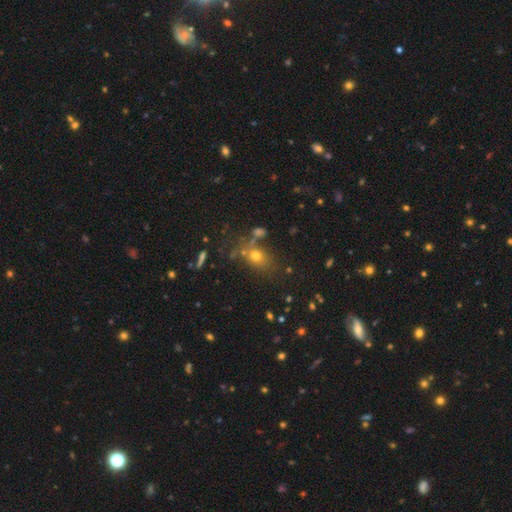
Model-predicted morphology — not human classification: smooth-or-featured: smooth: 65% | star or artifact: 21% | featured or disk: 14%
  how-rounded: in between: 53% | round: 45% | cigar-shaped: 3%
  merging: none: 65% | minor disturbance: 14% | merger: 14% | major disturbance: 7%